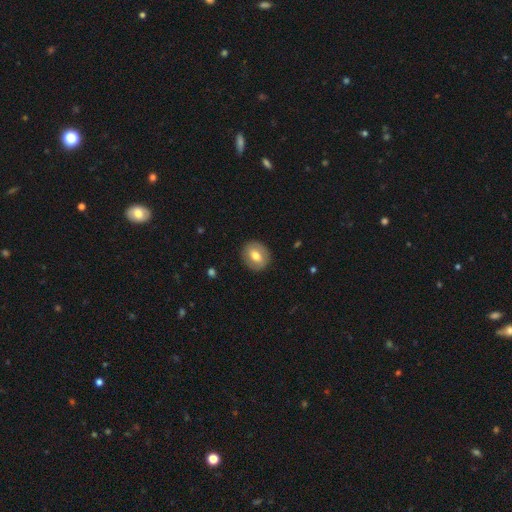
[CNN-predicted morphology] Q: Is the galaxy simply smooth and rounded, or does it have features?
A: smooth — 64%.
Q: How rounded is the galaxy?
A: round — 63%.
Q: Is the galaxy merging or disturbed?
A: none — 87%.